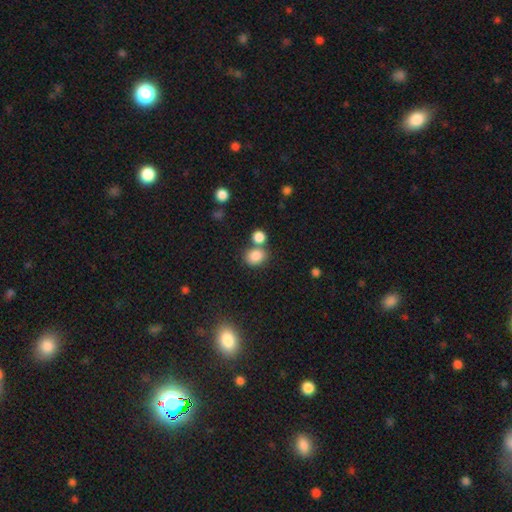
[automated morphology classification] Smooth or featured? Predicted: smooth (p=0.84). How rounded? Predicted: round (p=0.60). Merging? Predicted: none (p=0.58).